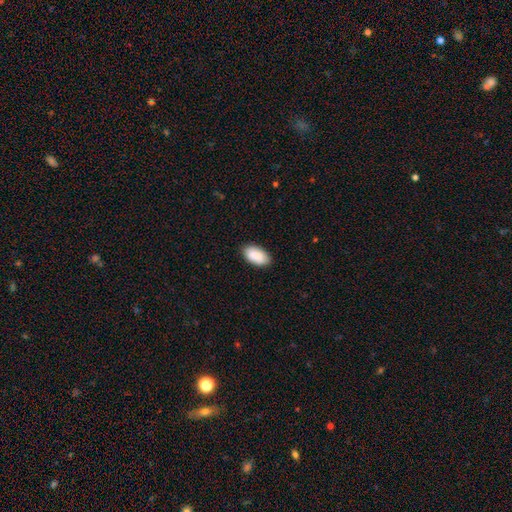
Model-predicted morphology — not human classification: Smooth or featured? Predicted: smooth (p=0.90). How rounded? Predicted: in between (p=0.95). Merging? Predicted: none (p=0.85).